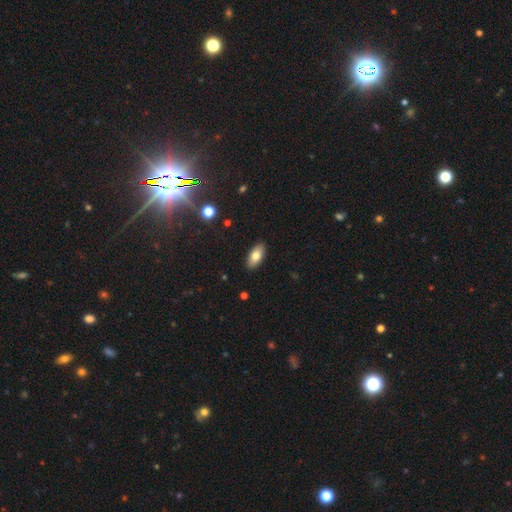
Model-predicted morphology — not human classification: smooth 77%, featured or disk 15%, star or artifact 7%. Down the decision tree: how rounded — in between (90%); merging — none (90%).